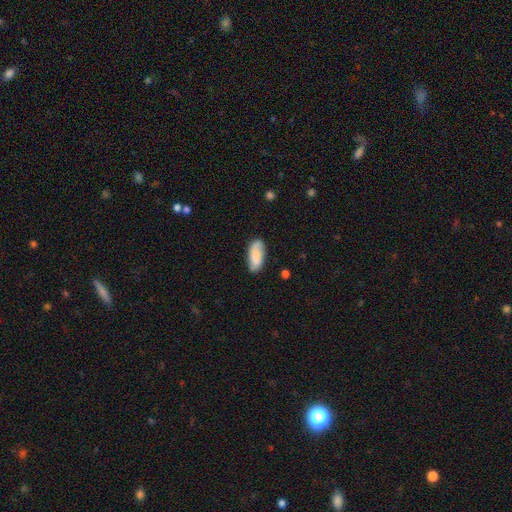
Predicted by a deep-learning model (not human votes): Smooth or featured: smooth — 73% (featured or disk — 20%)
How rounded: in between — 88% (cigar-shaped — 10%)
Merging: none — 77% (minor disturbance — 18%)